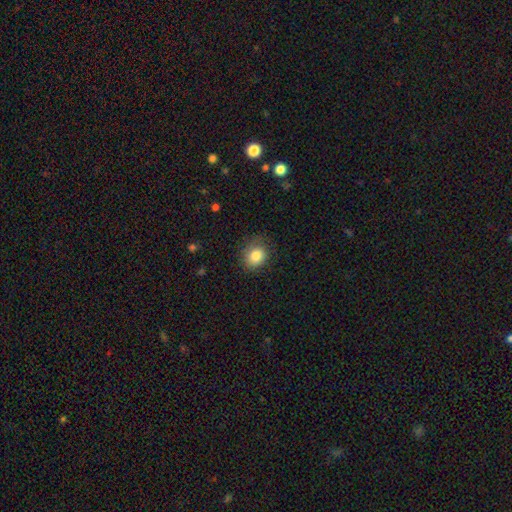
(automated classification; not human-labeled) Smooth or featured: smooth — 83% (star or artifact — 10%)
How rounded: round — 65% (in between — 34%)
Merging: none — 78% (minor disturbance — 16%)